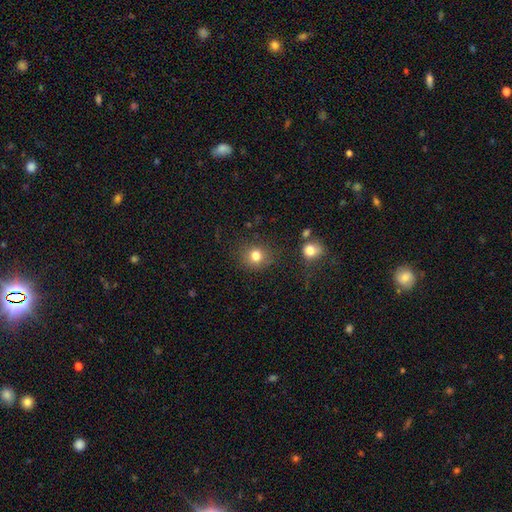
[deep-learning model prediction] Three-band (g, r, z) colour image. It shows a smooth galaxy with no disk features (80%) that is round (84%). Merging: none (81%).